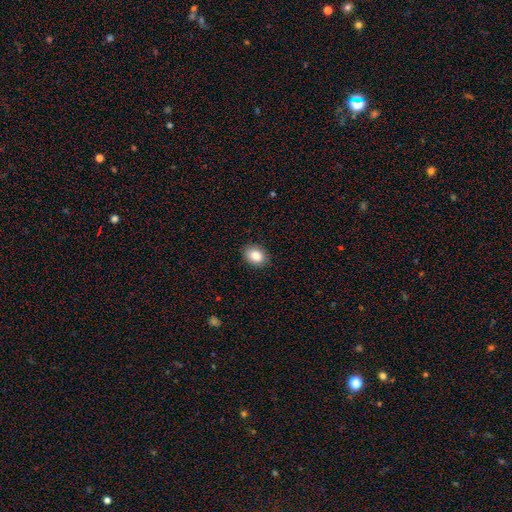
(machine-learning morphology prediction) smooth-or-featured: smooth: 84% | star or artifact: 9% | featured or disk: 7%
  how-rounded: in between: 61% | round: 38% | cigar-shaped: 1%
  merging: none: 88% | minor disturbance: 9% | major disturbance: 2% | merger: 1%